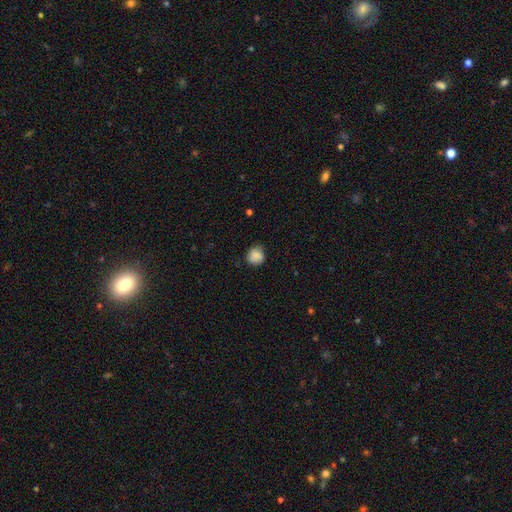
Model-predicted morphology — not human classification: Q: Smooth or featured?
A: smooth (84%); runner-up: star or artifact (9%)
Q: How rounded?
A: round (82%); runner-up: in between (17%)
Q: Merging?
A: none (76%); runner-up: minor disturbance (19%)